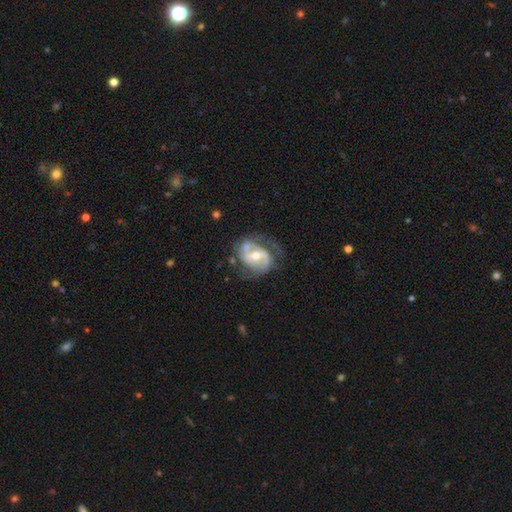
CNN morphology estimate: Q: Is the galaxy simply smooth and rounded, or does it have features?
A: featured or disk — 83%.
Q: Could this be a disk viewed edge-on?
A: no — 97%.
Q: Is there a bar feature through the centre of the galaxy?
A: weak — 43%.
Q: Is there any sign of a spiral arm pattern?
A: yes — 87%.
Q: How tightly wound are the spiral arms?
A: medium — 44%.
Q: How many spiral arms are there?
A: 2 — 72%.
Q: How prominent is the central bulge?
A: moderate — 67%.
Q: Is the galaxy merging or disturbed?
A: none — 57%.